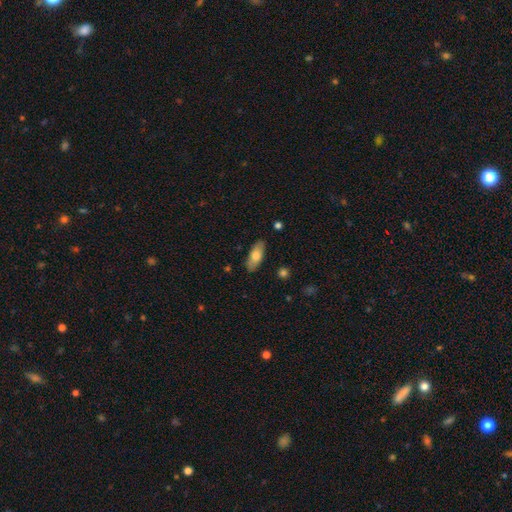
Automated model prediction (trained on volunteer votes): smooth 71%, featured or disk 23%, star or artifact 6%. Down the decision tree: how rounded — in between (77%); merging — none (86%).